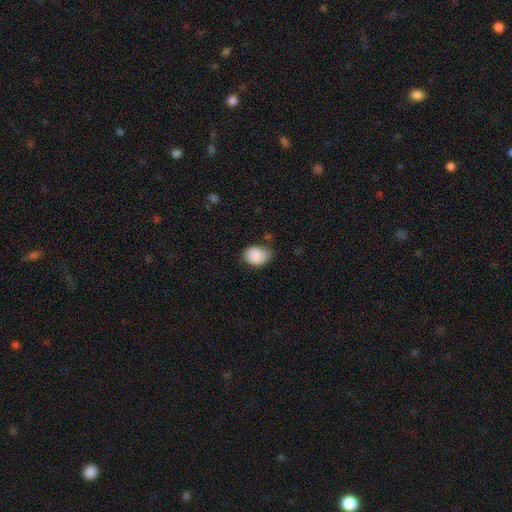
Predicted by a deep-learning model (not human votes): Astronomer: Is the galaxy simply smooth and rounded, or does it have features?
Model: smooth — 88%.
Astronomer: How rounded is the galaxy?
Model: in between — 58% (runner-up: round, 41%).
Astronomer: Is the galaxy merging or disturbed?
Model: none — 60%.